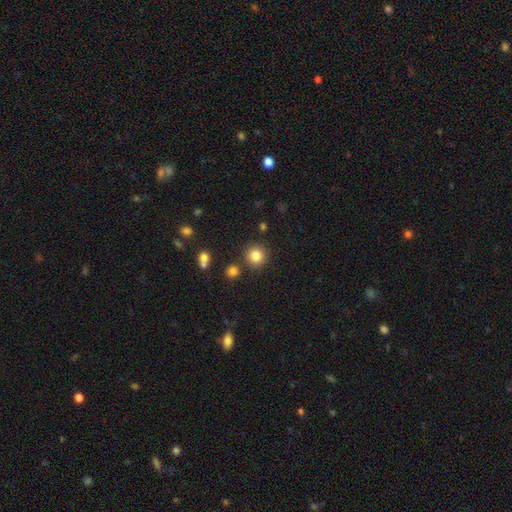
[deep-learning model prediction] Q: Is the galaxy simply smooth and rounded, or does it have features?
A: smooth — 83%.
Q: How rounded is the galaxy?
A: round — 93%.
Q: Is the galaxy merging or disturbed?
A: none — 86%.